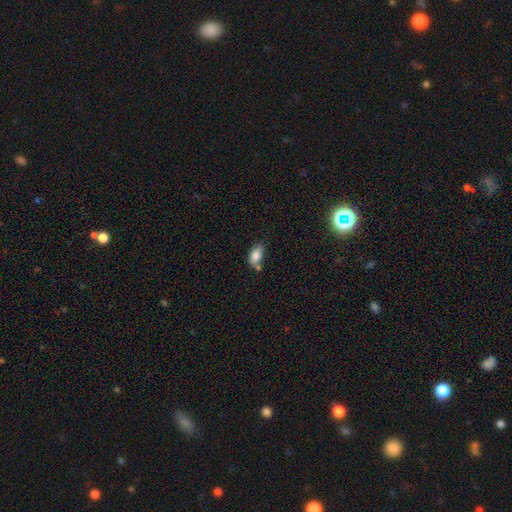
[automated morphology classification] Smooth or featured?
  - smooth: 80% *
  - featured or disk: 11%
  - star or artifact: 9%
How rounded?
  - in between: 88% *
  - round: 7%
  - cigar-shaped: 5%
Merging?
  - none: 46% *
  - minor disturbance: 27%
  - merger: 19%
  - major disturbance: 8%